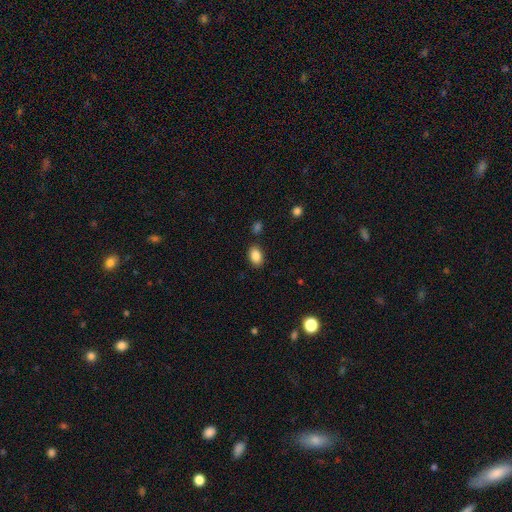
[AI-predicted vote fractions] Smooth or featured? smooth (87%)
How rounded? in between (87%)
Merging? none (84%)